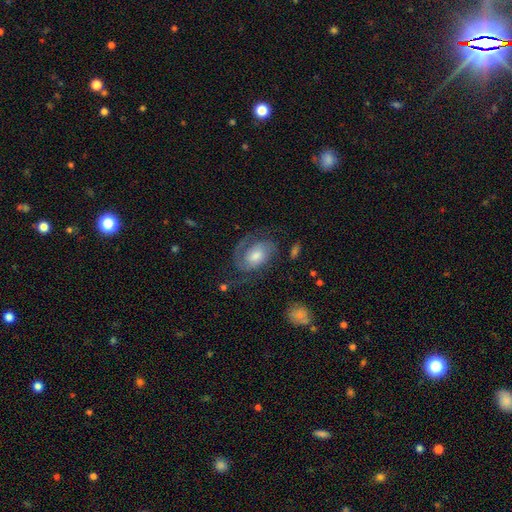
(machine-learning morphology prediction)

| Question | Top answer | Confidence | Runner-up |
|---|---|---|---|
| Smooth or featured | featured or disk | 79% | smooth (14%) |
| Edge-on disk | no | 97% | yes (3%) |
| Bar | no | 64% | weak (30%) |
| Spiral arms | yes | 95% | no (5%) |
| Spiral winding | medium | 43% | tight (42%) |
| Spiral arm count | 2 | 71% | 1 (14%) |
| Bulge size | moderate | 52% | small (22%) |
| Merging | none | 64% | minor disturbance (18%) |